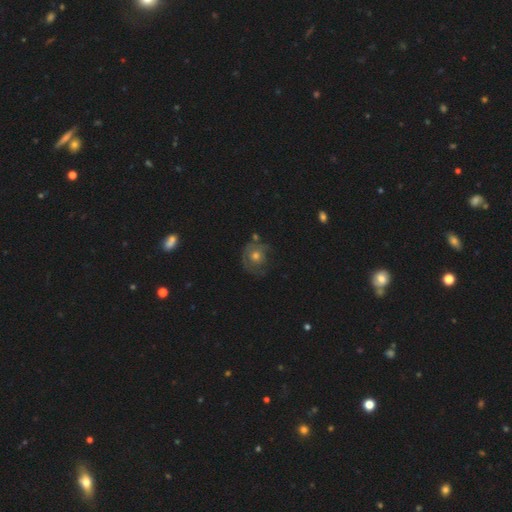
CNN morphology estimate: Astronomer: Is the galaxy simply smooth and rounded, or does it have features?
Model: featured or disk — 53% (runner-up: smooth, 37%).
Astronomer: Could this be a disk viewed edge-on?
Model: no — 97%.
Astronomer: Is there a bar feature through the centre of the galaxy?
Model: no — 87%.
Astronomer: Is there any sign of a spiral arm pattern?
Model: yes — 55% (runner-up: no, 45%).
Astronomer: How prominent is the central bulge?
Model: moderate — 69%.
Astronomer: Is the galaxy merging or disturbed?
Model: none — 62%.